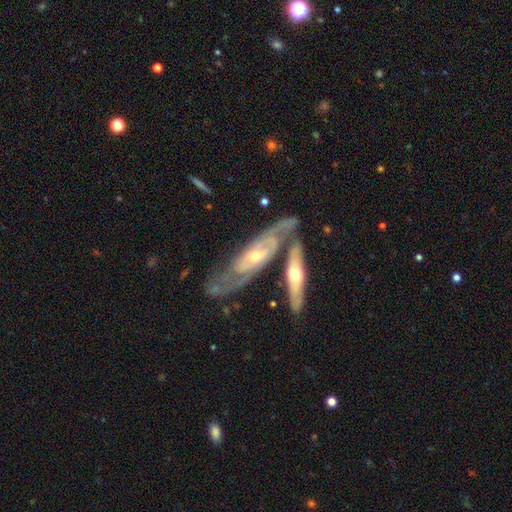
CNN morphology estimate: Smooth or featured?
  - featured or disk: 86% *
  - smooth: 9%
  - star or artifact: 5%
Edge-on disk?
  - no: 81% *
  - yes: 19%
Bar?
  - no: 60% *
  - weak: 28%
  - strong: 12%
Spiral arms?
  - yes: 94% *
  - no: 6%
Spiral winding?
  - tight: 63% *
  - medium: 30%
  - loose: 7%
Spiral arm count?
  - 2: 66% *
  - can't tell: 22%
  - 3: 5%
  - 1: 3%
  - 4: 2%
  - more than 4: 2%
Bulge size?
  - small: 57% *
  - moderate: 38%
  - large: 2%
  - none: 1%
  - dominant: 1%
Merging?
  - none: 59% *
  - merger: 22%
  - minor disturbance: 14%
  - major disturbance: 5%